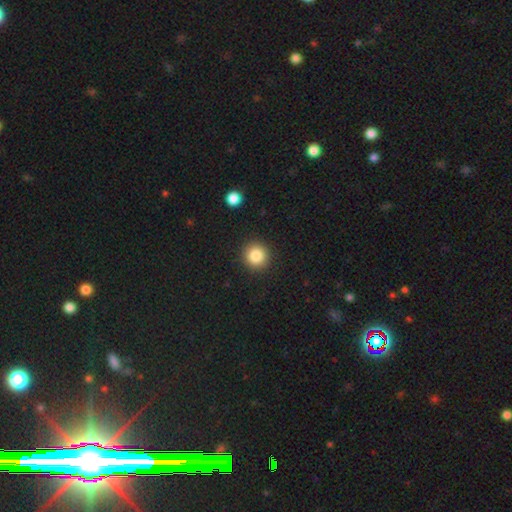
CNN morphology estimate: type=smooth (85%); roundness=round (93%); merging=none (91%).